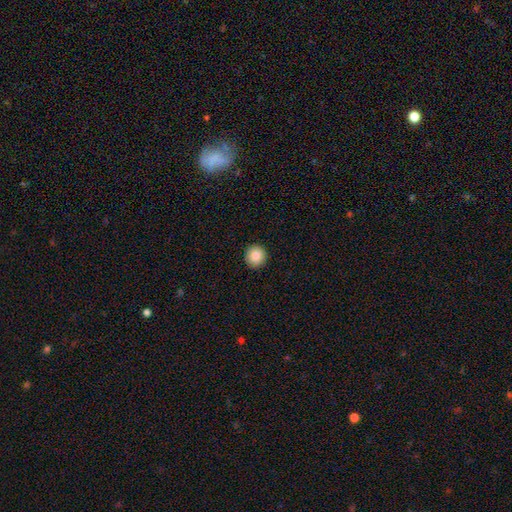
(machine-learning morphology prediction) The model was most divided on "smooth or featured": smooth: 86%, star or artifact: 8%, featured or disk: 6%. More confident: merging — none (93%); how rounded — round (92%).